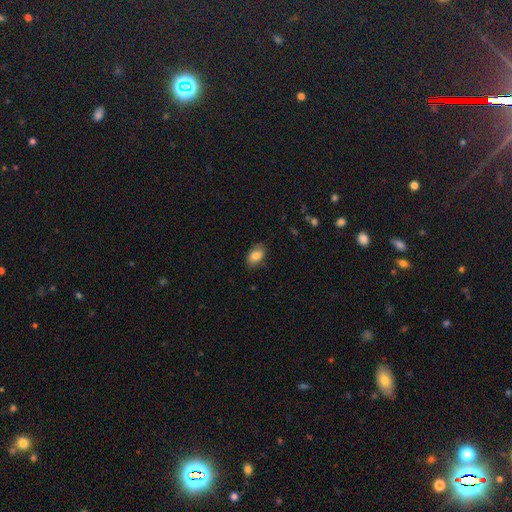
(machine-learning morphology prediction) The model was most divided on "merging": none: 81%, minor disturbance: 15%, major disturbance: 3%, merger: 1%. More confident: how rounded — in between (89%); smooth or featured — smooth (84%).